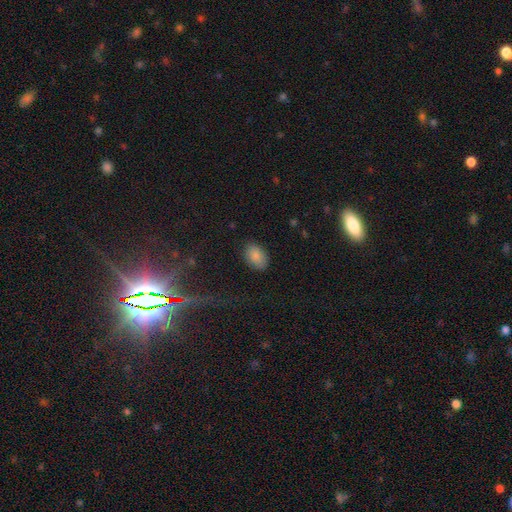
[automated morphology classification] Overall: smooth (86%). How rounded: in between (90%). Merging: none (85%).